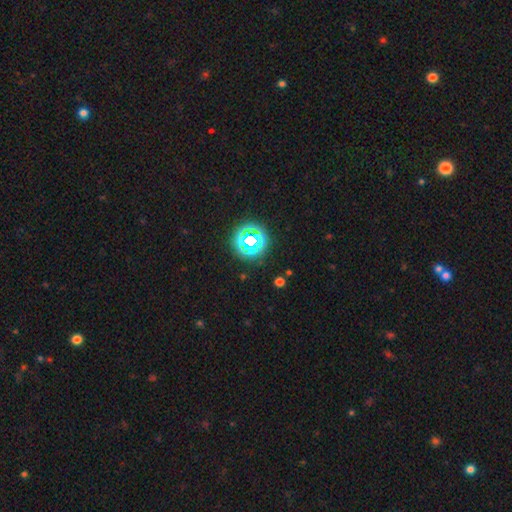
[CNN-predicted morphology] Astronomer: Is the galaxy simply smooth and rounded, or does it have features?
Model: star or artifact — 66%.